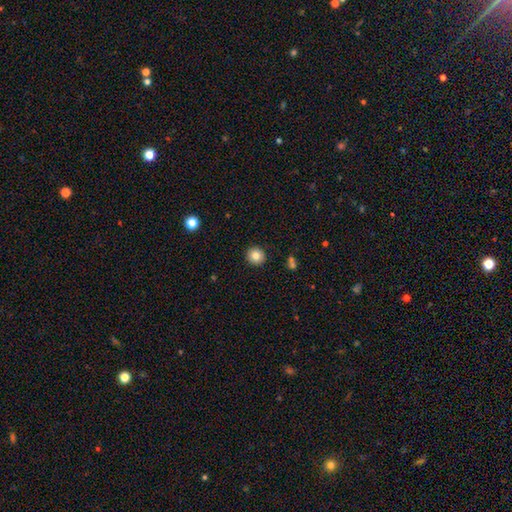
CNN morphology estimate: Smooth or featured?
  - smooth: 83% *
  - star or artifact: 10%
  - featured or disk: 8%
How rounded?
  - round: 94% *
  - in between: 5%
  - cigar-shaped: 1%
Merging?
  - none: 92% *
  - minor disturbance: 5%
  - major disturbance: 2%
  - merger: 1%